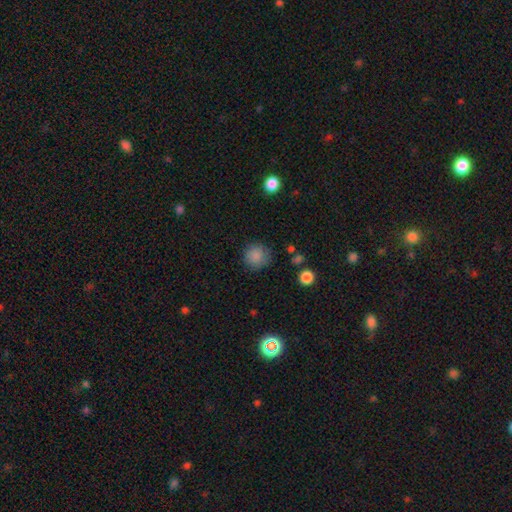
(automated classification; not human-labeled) Smooth or featured?
  - smooth: 86% *
  - star or artifact: 9%
  - featured or disk: 5%
How rounded?
  - round: 91% *
  - in between: 8%
  - cigar-shaped: 1%
Merging?
  - none: 81% *
  - minor disturbance: 13%
  - major disturbance: 4%
  - merger: 2%